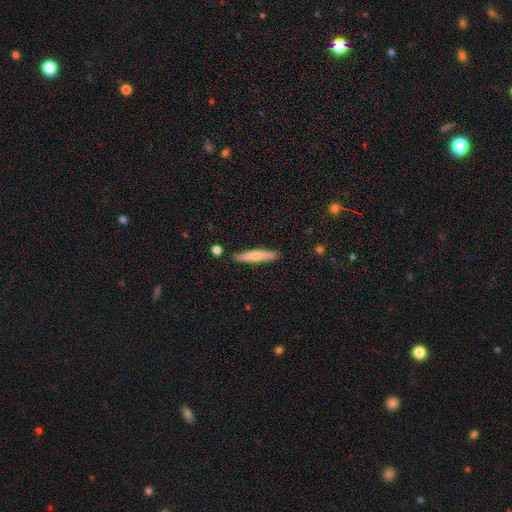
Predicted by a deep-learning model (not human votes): Smooth or featured? Predicted: smooth (p=0.65). How rounded? Predicted: cigar-shaped (p=0.88). Merging? Predicted: none (p=0.86).